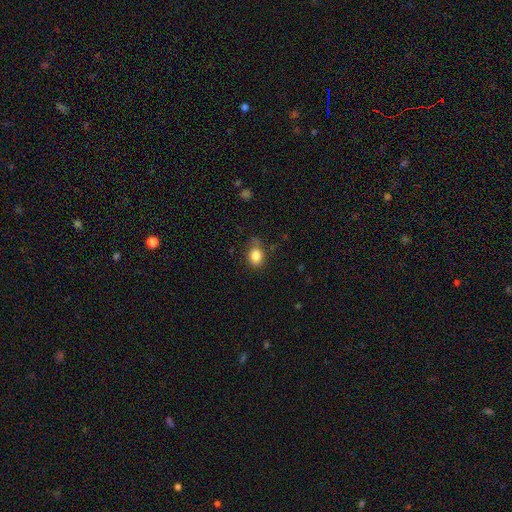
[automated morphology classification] Smooth or featured? smooth (84%)
How rounded? round (50%)
Merging? none (67%)